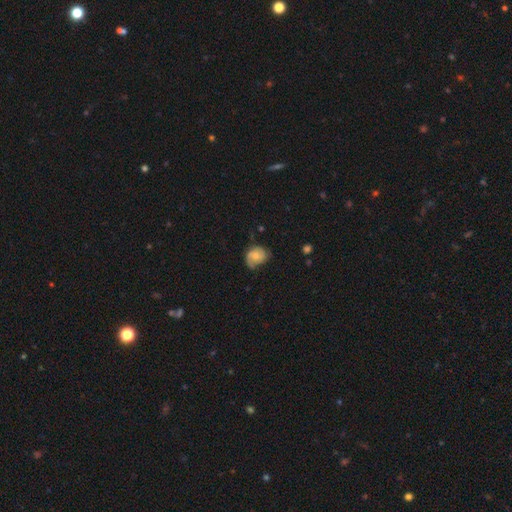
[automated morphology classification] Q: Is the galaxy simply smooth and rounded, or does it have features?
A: smooth — 52%.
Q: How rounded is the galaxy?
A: round — 51%.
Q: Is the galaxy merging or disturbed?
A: none — 46%.